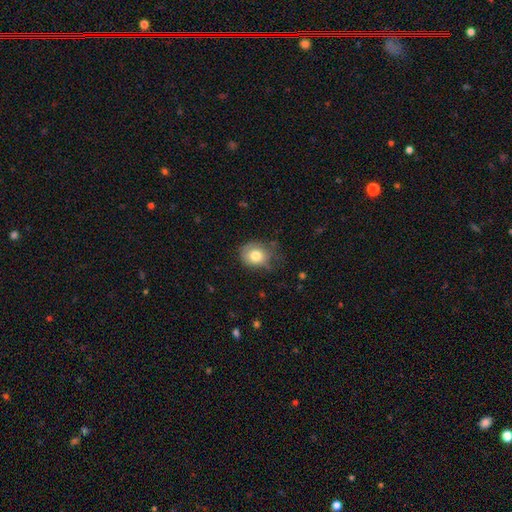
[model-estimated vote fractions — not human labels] Smooth or featured?
  - smooth: 78% *
  - featured or disk: 13%
  - star or artifact: 9%
How rounded?
  - round: 67% *
  - in between: 32%
  - cigar-shaped: 1%
Merging?
  - none: 60% *
  - minor disturbance: 29%
  - major disturbance: 9%
  - merger: 2%